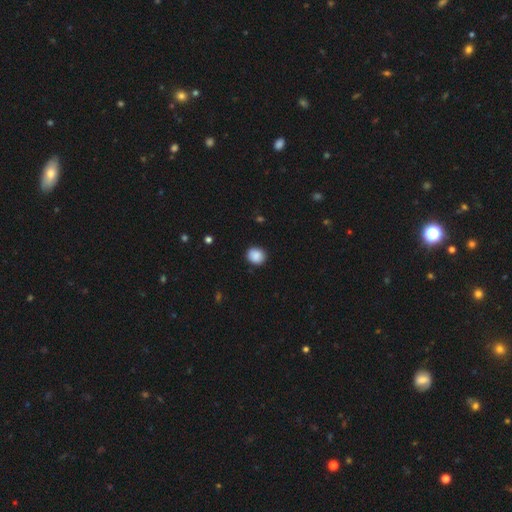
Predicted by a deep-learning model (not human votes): A smooth galaxy with no disk features (88%) that is round (77%). Merging: none (88%).